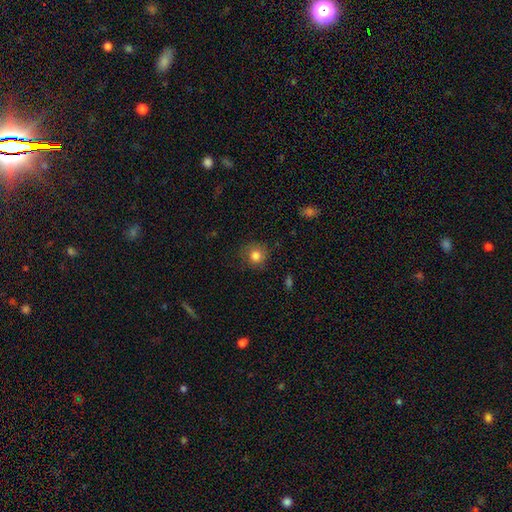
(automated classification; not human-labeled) A smooth galaxy with no disk features (82%) that is round (89%).

Vote fractions:
- Smooth or featured? smooth: 82% / star or artifact: 10% / featured or disk: 7%
- How rounded? round: 89% / in between: 10% / cigar-shaped: 1%
- Merging? none: 82% / minor disturbance: 13% / major disturbance: 4% / merger: 1%